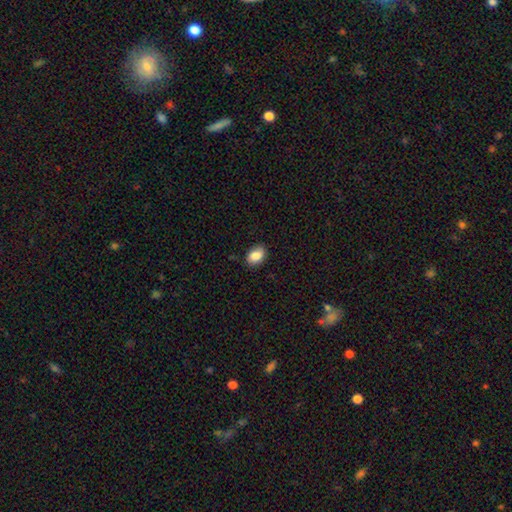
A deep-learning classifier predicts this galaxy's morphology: This is clearly a smooth galaxy (86%). How rounded: clearly in between (84%). Merging: clearly none (85%).